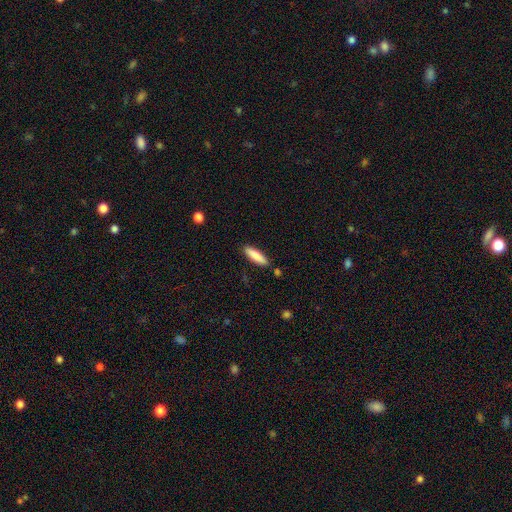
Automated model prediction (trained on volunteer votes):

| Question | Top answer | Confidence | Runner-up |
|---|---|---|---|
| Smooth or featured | smooth | 84% | featured or disk (11%) |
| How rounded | cigar-shaped | 65% | in between (34%) |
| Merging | none | 86% | minor disturbance (9%) |